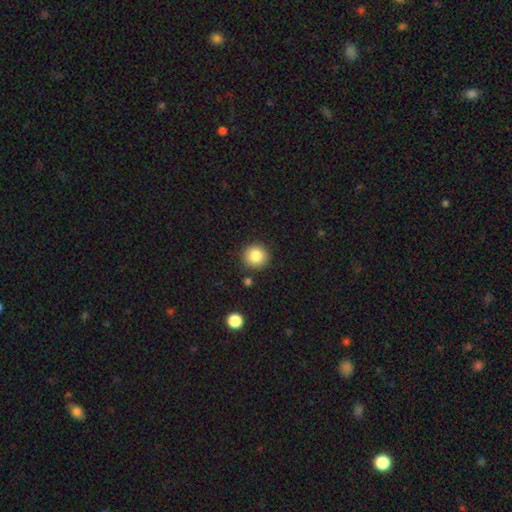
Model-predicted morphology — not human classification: Smooth or featured? smooth (84%)
How rounded? round (93%)
Merging? none (88%)